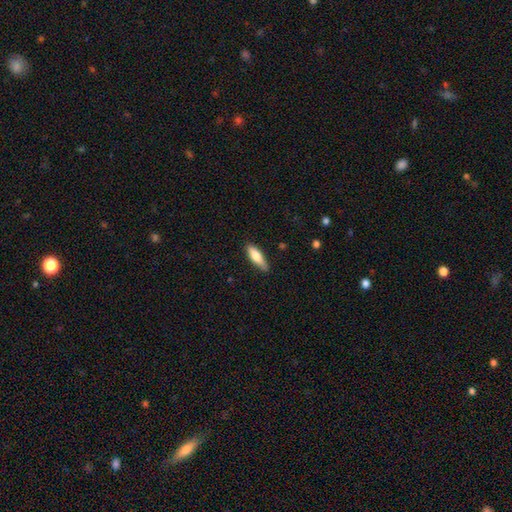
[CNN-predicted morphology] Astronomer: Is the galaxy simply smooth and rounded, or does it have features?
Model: smooth — 73%.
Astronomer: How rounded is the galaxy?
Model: cigar-shaped — 53% (runner-up: in between, 45%).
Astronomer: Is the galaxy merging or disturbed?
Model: none — 79%.